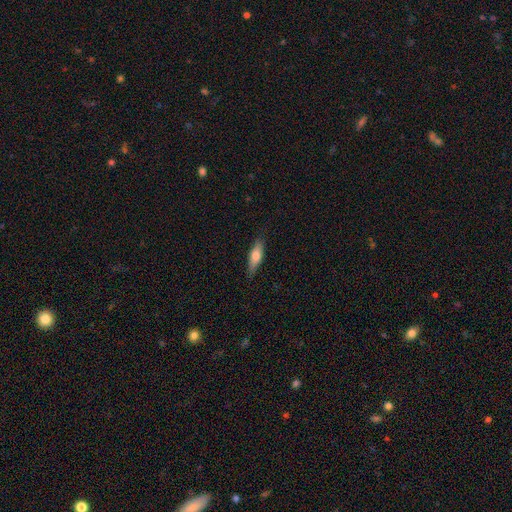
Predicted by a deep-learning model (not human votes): smooth-or-featured: smooth: 66% | featured or disk: 28% | star or artifact: 6%
  how-rounded: cigar-shaped: 53% | in between: 45% | round: 2%
  merging: none: 84% | minor disturbance: 13% | major disturbance: 3% | merger: 1%